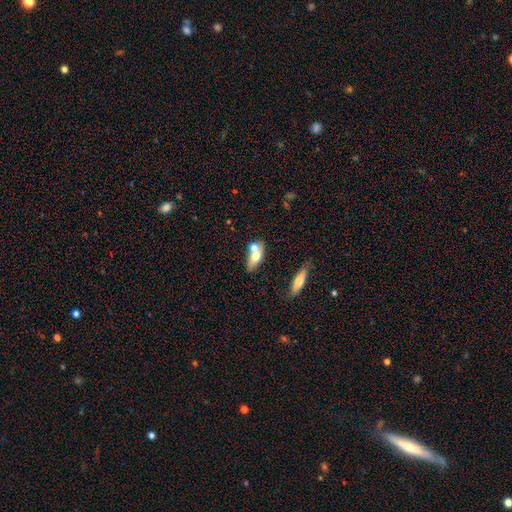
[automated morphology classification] Smooth or featured? Predicted: smooth (p=0.62). How rounded? Predicted: in between (p=0.70). Merging? Predicted: merger (p=0.45).